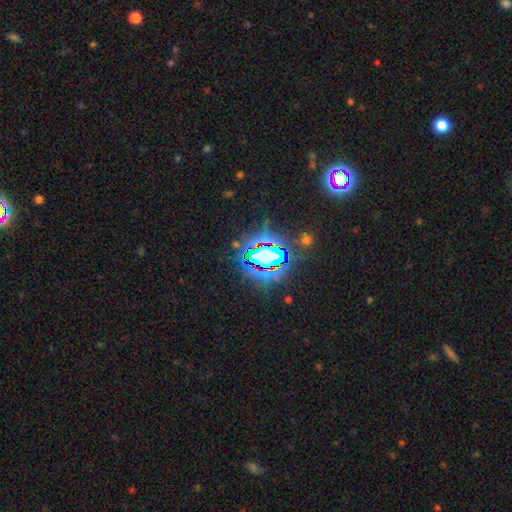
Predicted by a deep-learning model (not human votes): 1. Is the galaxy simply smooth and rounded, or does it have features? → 84% star or artifact, 10% smooth, 6% featured or disk.